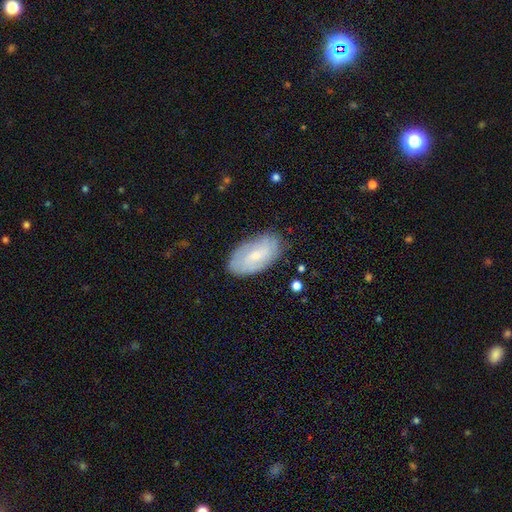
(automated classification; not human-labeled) Smooth or featured? smooth (47%)
Merging? none (80%)